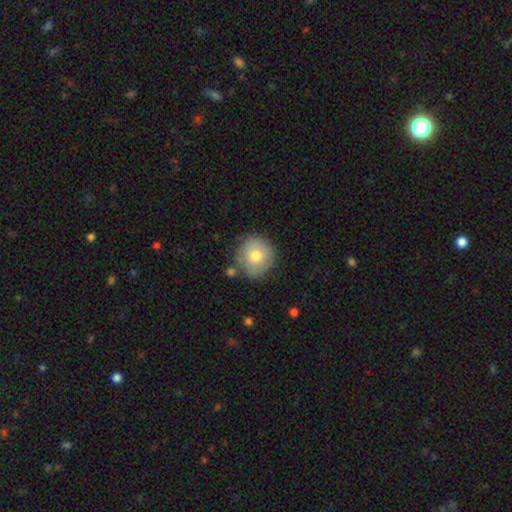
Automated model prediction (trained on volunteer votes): The model was most divided on "smooth or featured": smooth: 71%, featured or disk: 22%, star or artifact: 7%. More confident: how rounded — round (92%); merging — none (74%).